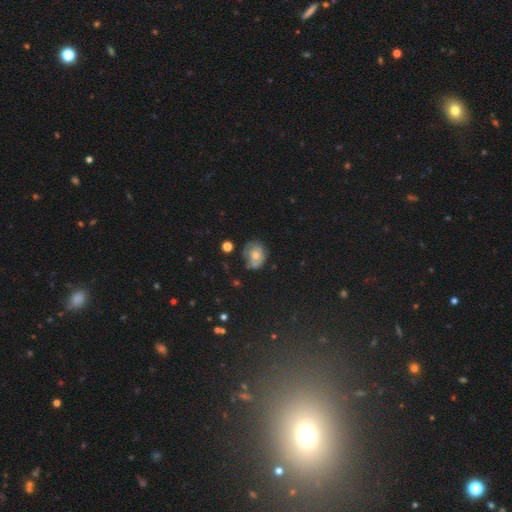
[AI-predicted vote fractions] Smooth or featured? smooth (54%)
How rounded? round (51%)
Merging? none (52%)